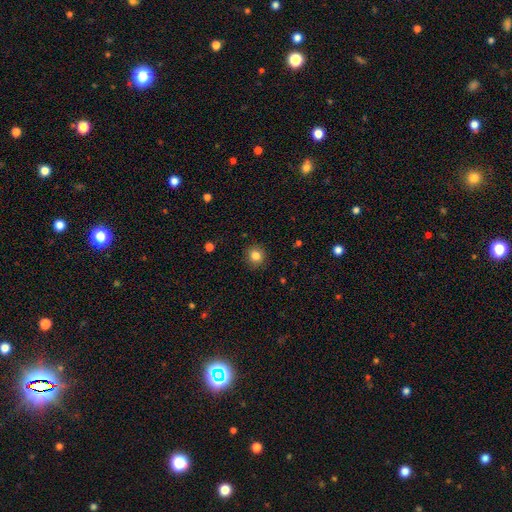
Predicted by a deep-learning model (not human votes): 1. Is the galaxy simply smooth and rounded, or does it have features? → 84% smooth, 11% star or artifact, 6% featured or disk.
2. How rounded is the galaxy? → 88% round, 11% in between, 1% cigar-shaped.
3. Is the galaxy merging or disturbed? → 90% none, 7% minor disturbance, 2% major disturbance, 1% merger.